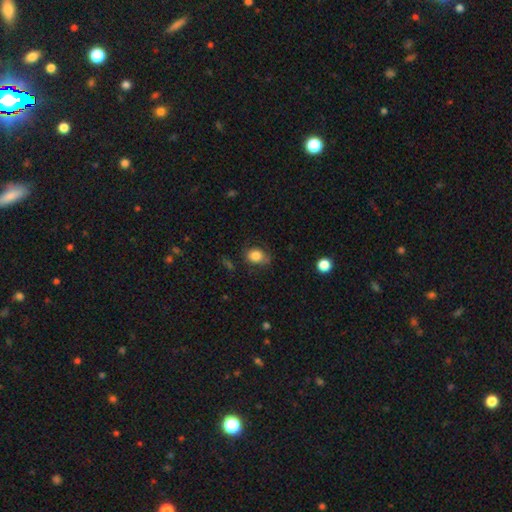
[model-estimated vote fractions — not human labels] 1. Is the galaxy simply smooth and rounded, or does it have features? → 82% smooth, 9% star or artifact, 9% featured or disk.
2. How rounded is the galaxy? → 55% in between, 44% round, 1% cigar-shaped.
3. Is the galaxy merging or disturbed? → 63% none, 27% minor disturbance, 8% major disturbance, 2% merger.